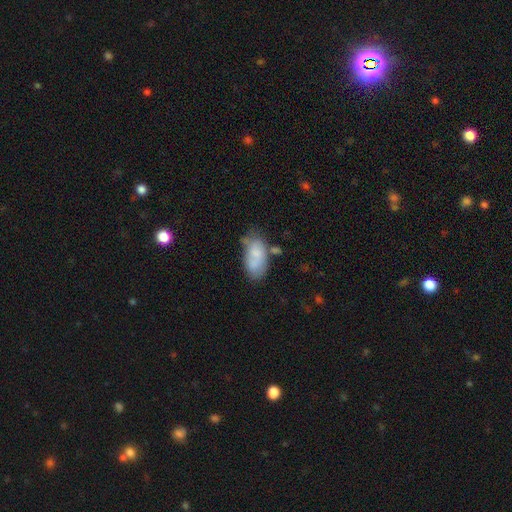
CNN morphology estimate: Smooth or featured? Predicted: smooth (p=0.68). How rounded? Predicted: in between (p=0.93). Merging? Predicted: none (p=0.41).